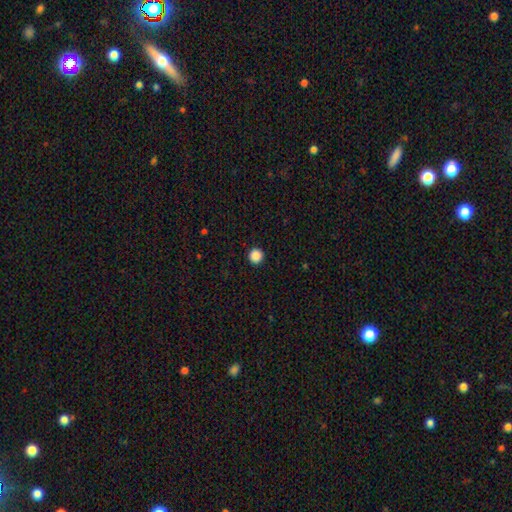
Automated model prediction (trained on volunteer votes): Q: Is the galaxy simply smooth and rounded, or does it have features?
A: smooth — 87%.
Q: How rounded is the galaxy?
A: round — 96%.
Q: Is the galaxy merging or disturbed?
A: none — 94%.